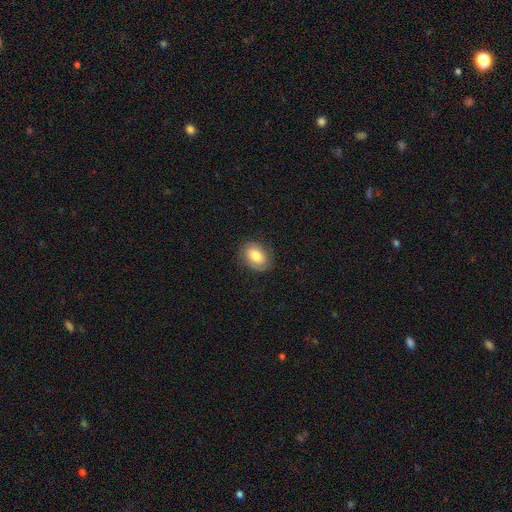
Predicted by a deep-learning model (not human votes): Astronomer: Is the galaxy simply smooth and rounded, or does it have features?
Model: smooth — 68%.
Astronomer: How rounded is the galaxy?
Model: in between — 74%.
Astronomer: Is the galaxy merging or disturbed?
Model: none — 80%.